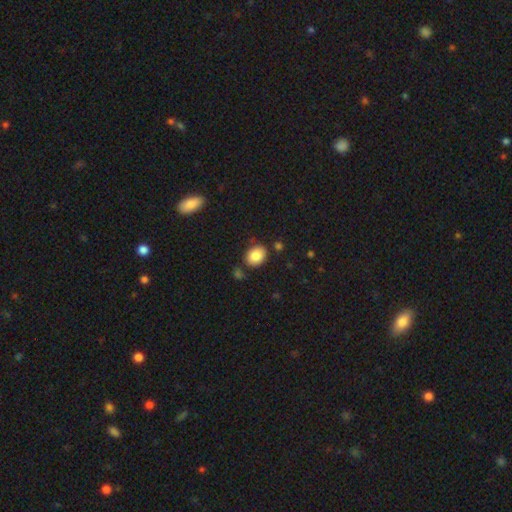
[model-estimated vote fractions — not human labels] Overall: smooth (86%). How rounded: in between (59%; round 41%). Merging: none (80%).